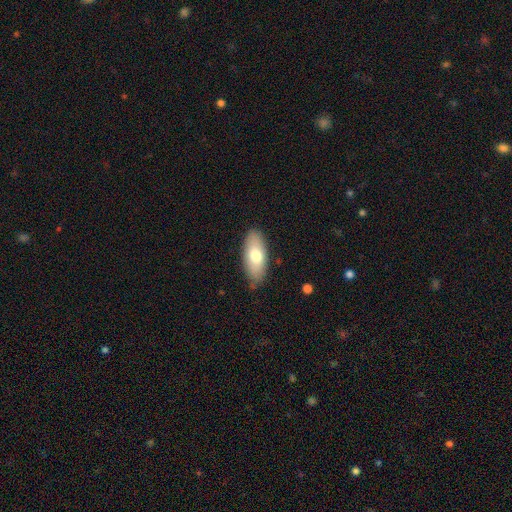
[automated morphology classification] Overall: smooth (74%). How rounded: in between (86%). Merging: none (82%).